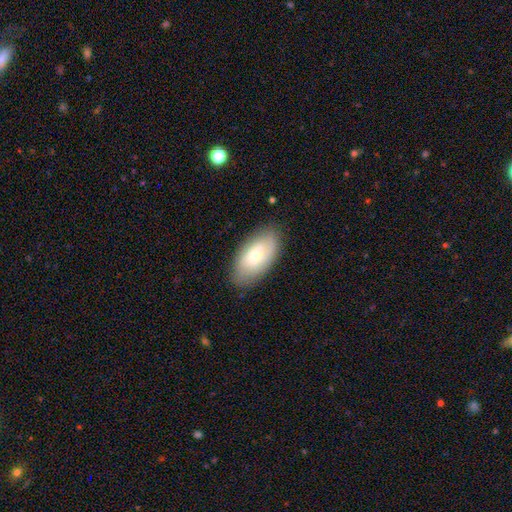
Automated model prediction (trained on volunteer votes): This appears to be a smooth galaxy with no disk features (54%) that is in between round and cigar-shaped (93%). Merging: none (83%).